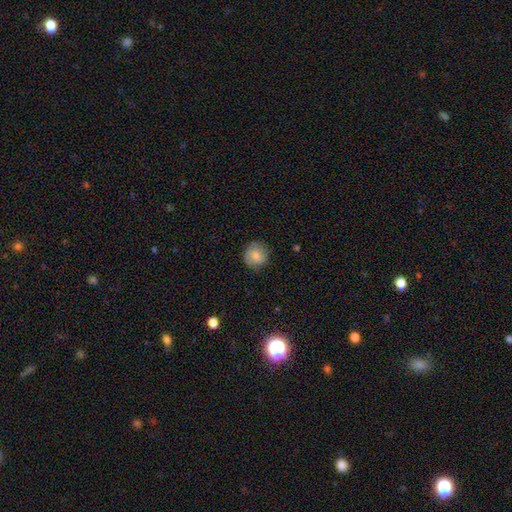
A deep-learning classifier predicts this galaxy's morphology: type=smooth (79%); roundness=round (90%); merging=none (82%).